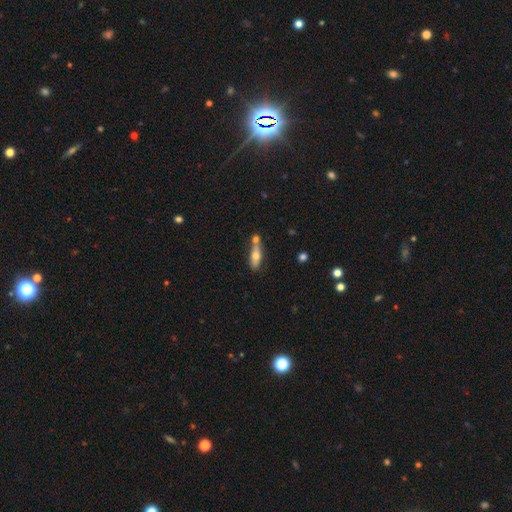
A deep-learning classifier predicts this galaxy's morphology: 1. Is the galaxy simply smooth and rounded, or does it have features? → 61% smooth, 32% featured or disk, 7% star or artifact.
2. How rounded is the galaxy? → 55% in between, 42% cigar-shaped, 4% round.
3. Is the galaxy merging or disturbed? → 45% none, 35% merger, 15% minor disturbance, 5% major disturbance.